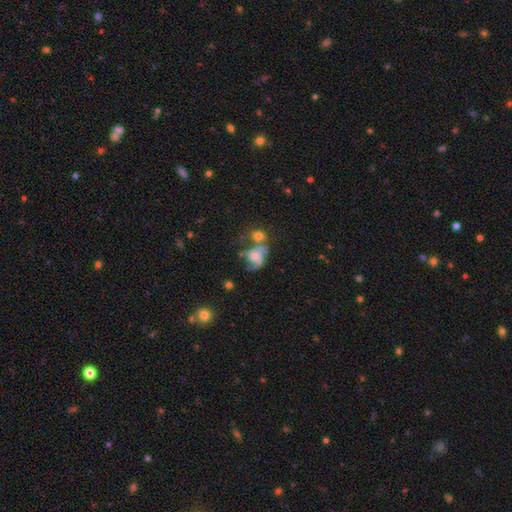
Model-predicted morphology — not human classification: This is possibly a featured or disk galaxy (51%). It is clearly not viewed edge-on (97%). Bar: likely no (78%). Spiral arm pattern: likely yes (63%). Central bulge: marginally none (35%). Merging: marginally merger (30%).